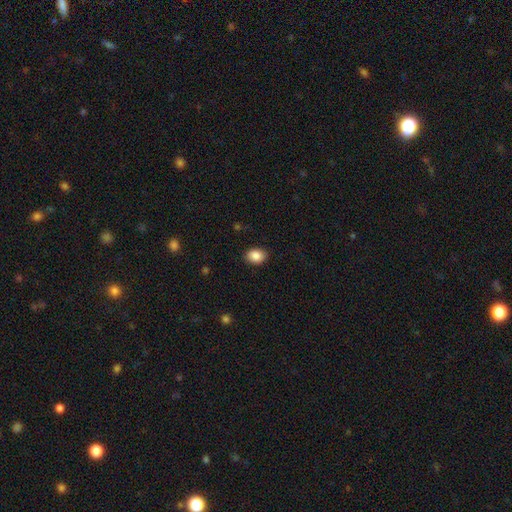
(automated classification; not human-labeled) Smooth or featured? Predicted: smooth (p=0.87). How rounded? Predicted: in between (p=0.70). Merging? Predicted: none (p=0.88).